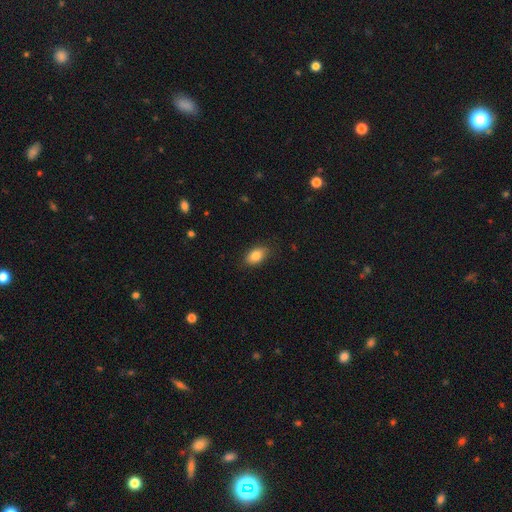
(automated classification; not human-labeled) The model was most divided on "merging": none: 83%, minor disturbance: 13%, major disturbance: 3%, merger: 1%. More confident: how rounded — in between (89%); smooth or featured — smooth (84%).